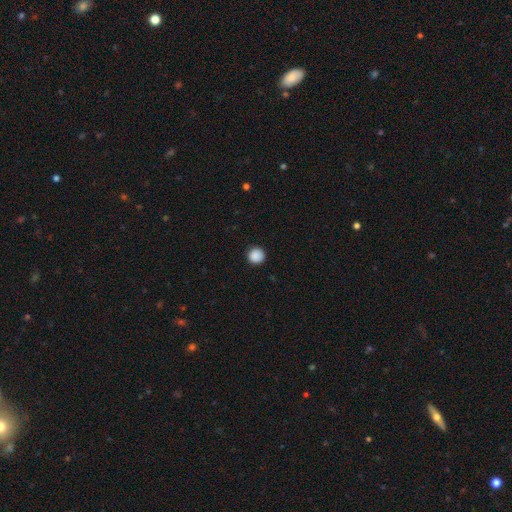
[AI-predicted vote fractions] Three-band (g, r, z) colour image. It shows a smooth galaxy with no disk features (89%) that is round (96%). Merging: none (93%).